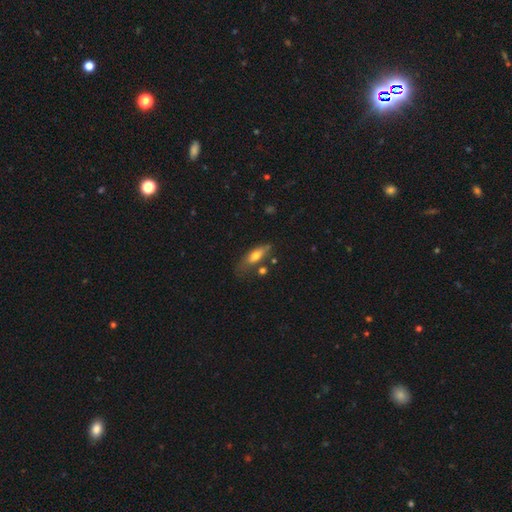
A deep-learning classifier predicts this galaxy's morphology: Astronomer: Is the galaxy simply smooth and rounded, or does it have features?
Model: smooth — 64%.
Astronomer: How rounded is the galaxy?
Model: in between — 60% (runner-up: cigar-shaped, 37%).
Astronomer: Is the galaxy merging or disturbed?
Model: none — 55%.